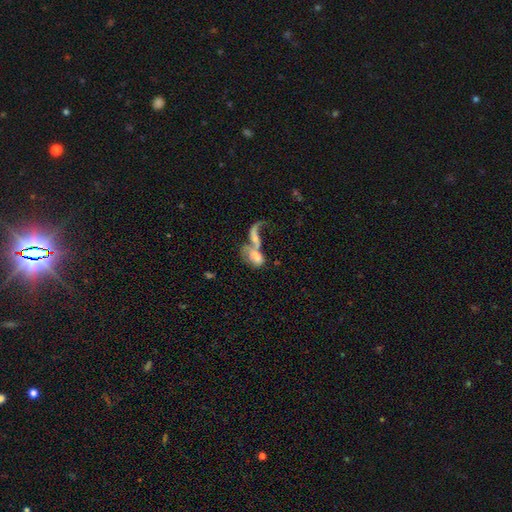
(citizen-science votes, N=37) This is possibly a smooth galaxy (51%). How rounded: clearly in between (84%). Merging: likely merger (75%).